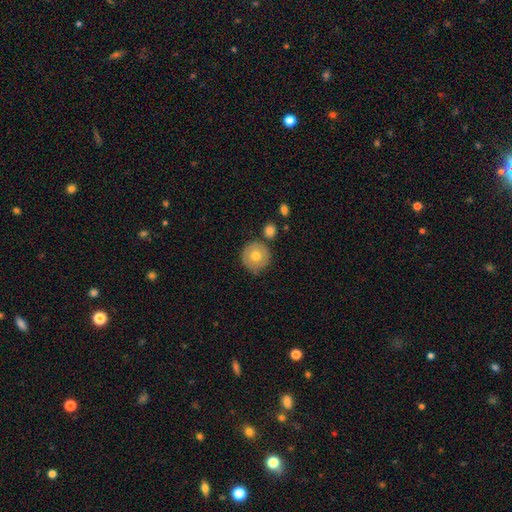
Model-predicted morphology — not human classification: type=smooth (68%); roundness=round (94%); merging=none (78%).